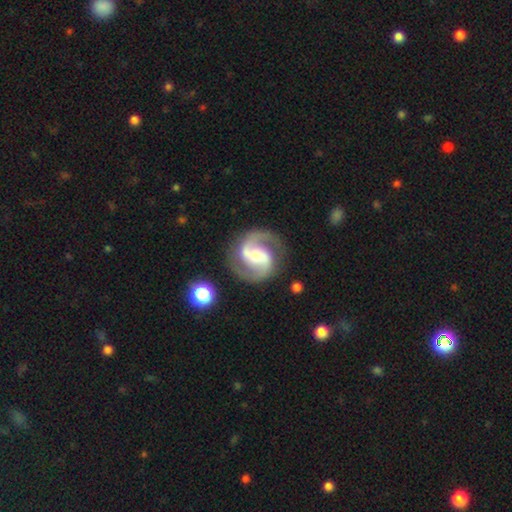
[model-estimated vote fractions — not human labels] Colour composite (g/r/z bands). It shows a featured or disk galaxy (91%) with a weak bar (40%), 2 (94%) medium (61%) spiral arms (98%) and a moderate central bulge (57%). Merging: none (83%).